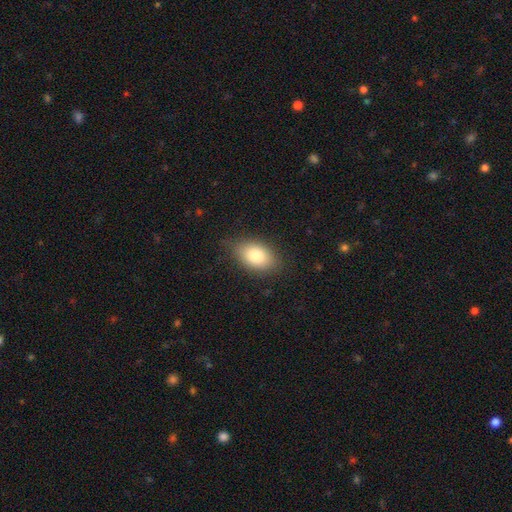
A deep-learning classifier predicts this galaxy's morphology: This appears to be a smooth galaxy with no disk features (80%) that is in between round and cigar-shaped (85%). Merging: none (79%).